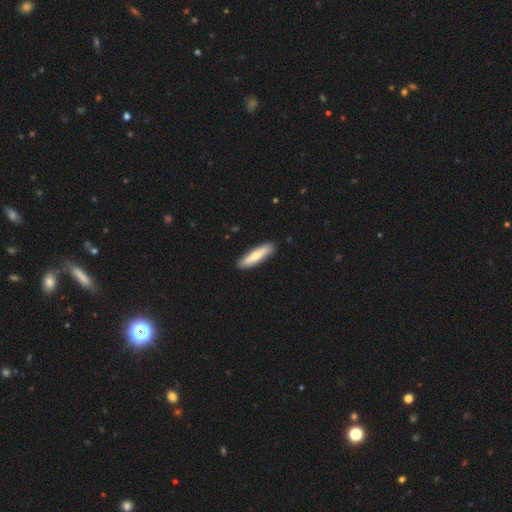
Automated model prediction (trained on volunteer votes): smooth_or_featured: smooth (p=0.67) [alt: featured or disk p=0.28]
how_rounded: cigar-shaped (p=0.73) [alt: in between p=0.26]
merging: none (p=0.90) [alt: minor disturbance p=0.07]